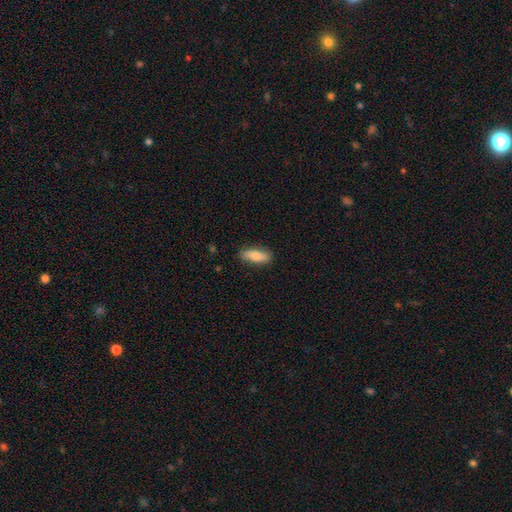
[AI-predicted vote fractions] Smooth or featured? Predicted: smooth (p=0.74). How rounded? Predicted: in between (p=0.63). Merging? Predicted: none (p=0.85).